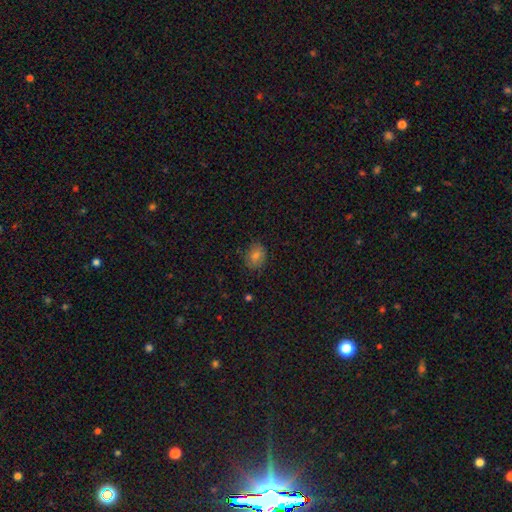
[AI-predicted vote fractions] Overall: smooth (72%). How rounded: round (50%; in between 49%). Merging: none (82%).